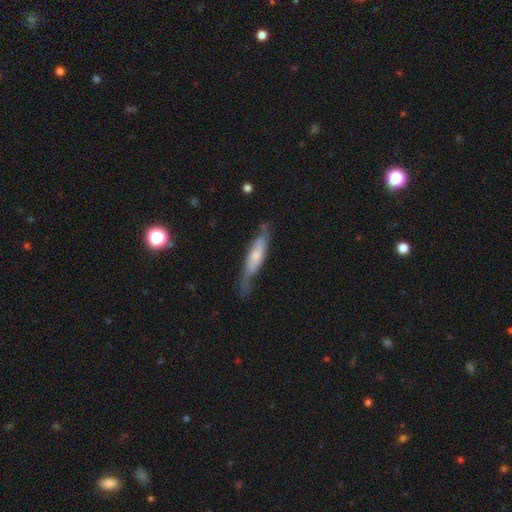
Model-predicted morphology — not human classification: This appears to be a featured or disk galaxy (51%) viewed edge-on (57%). Merging: none (60%).